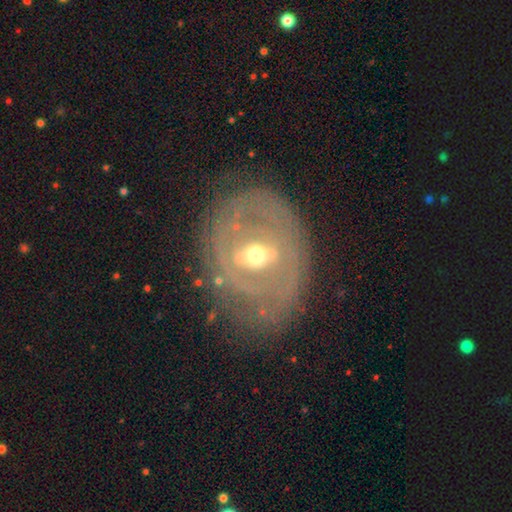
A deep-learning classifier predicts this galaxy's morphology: A featured or disk galaxy (77%) with a strong bar (40%), no spiral arms (56%) and a moderate central bulge (65%). Merging: none (72%).